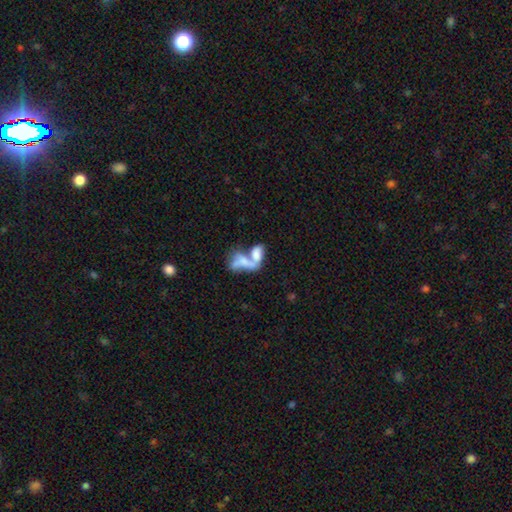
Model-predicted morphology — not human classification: A smooth galaxy with no disk features (60%) that is in between round and cigar-shaped (86%).

Vote fractions:
- Smooth or featured? smooth: 60% / featured or disk: 30% / star or artifact: 10%
- How rounded? in between: 86% / cigar-shaped: 7% / round: 7%
- Merging? merger: 71% / none: 14% / major disturbance: 9% / minor disturbance: 6%